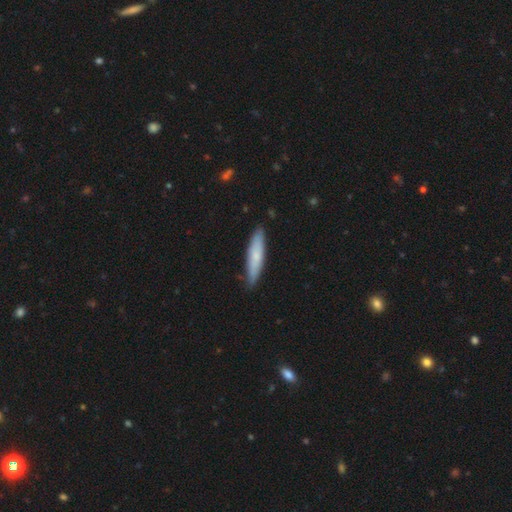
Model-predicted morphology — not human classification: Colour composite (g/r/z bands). It shows a smooth galaxy with no disk features (70%) that is cigar-shaped (83%). Merging: none (85%).